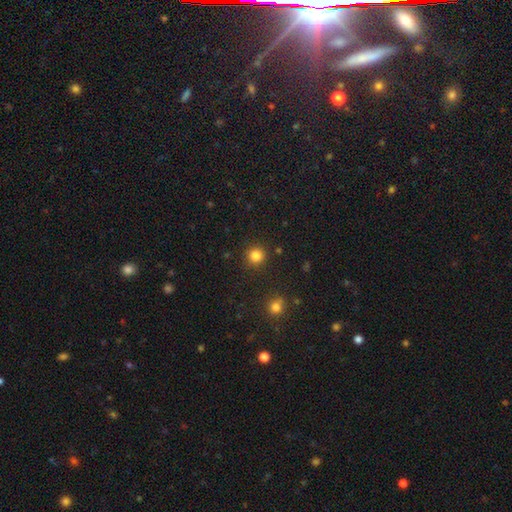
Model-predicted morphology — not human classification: smooth_or_featured: smooth (p=0.83) [alt: star or artifact p=0.13]
how_rounded: round (p=0.92) [alt: in between p=0.07]
merging: none (p=0.89) [alt: minor disturbance p=0.06]